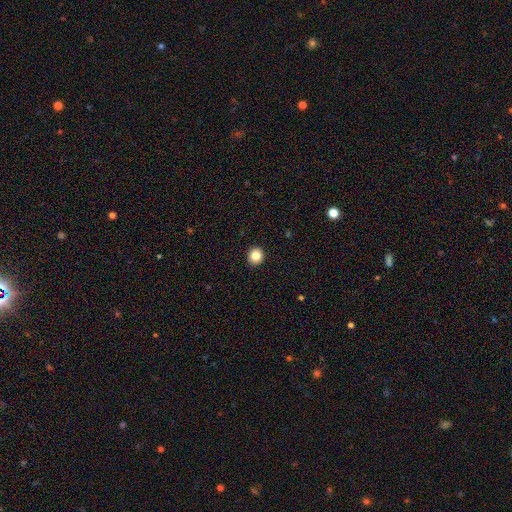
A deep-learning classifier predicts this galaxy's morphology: The model was most divided on "smooth or featured": smooth: 85%, star or artifact: 10%, featured or disk: 5%. More confident: merging — none (93%); how rounded — round (88%).